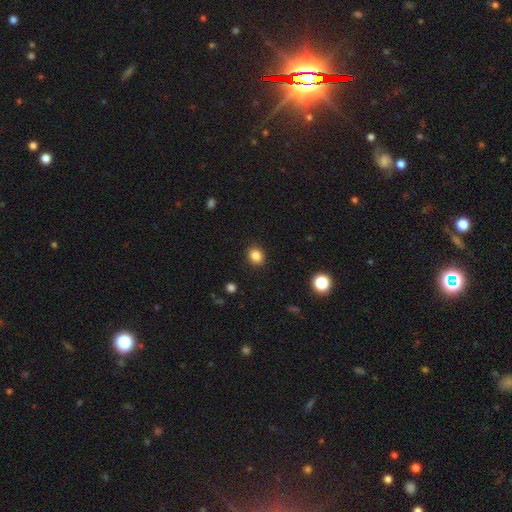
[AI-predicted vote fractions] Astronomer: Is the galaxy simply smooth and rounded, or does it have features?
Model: smooth — 85%.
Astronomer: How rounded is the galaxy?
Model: round — 61% (runner-up: in between, 38%).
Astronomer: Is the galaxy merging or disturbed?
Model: none — 90%.